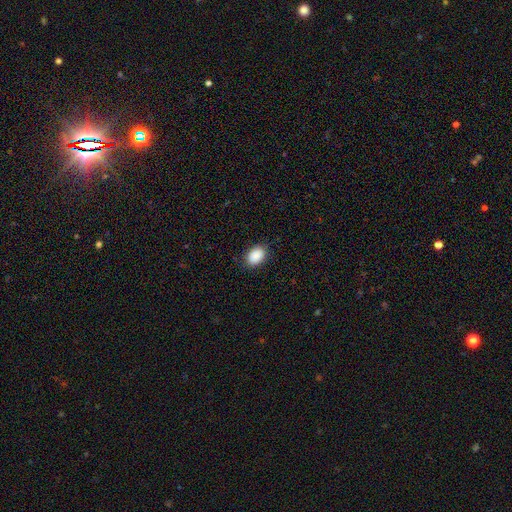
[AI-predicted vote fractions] A smooth galaxy with no disk features (90%) that is in between round and cigar-shaped (84%).

Vote fractions:
- Smooth or featured? smooth: 90% / star or artifact: 7% / featured or disk: 3%
- How rounded? in between: 84% / round: 15% / cigar-shaped: 1%
- Merging? none: 85% / minor disturbance: 11% / major disturbance: 3% / merger: 1%